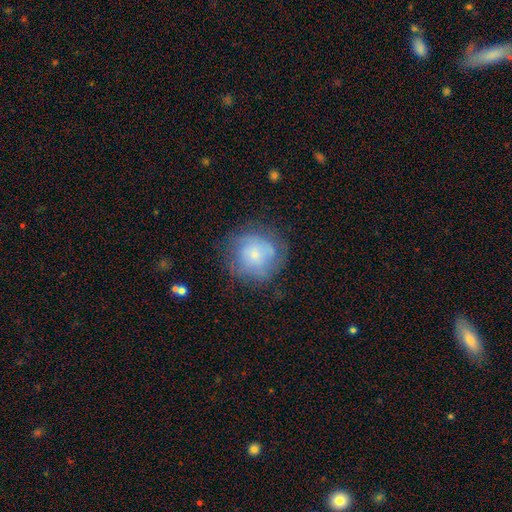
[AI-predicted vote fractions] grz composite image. It shows a smooth galaxy with no disk features (48%). Merging: none (67%).